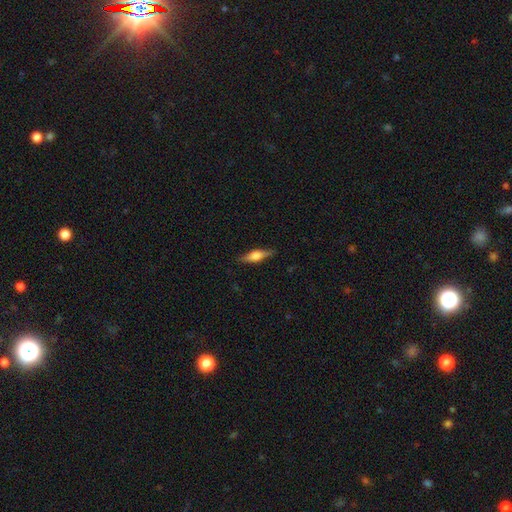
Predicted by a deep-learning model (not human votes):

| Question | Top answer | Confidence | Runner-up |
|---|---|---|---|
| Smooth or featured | featured or disk | 57% | smooth (36%) |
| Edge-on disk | yes | 96% | no (4%) |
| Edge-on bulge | rounded | 86% | boxy (11%) |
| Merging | none | 87% | minor disturbance (10%) |